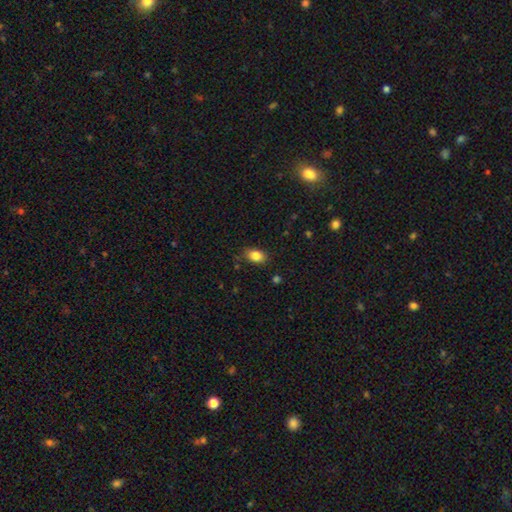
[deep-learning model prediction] Smooth or featured: smooth — 85% (star or artifact — 9%)
How rounded: in between — 83% (round — 16%)
Merging: none — 82% (minor disturbance — 13%)